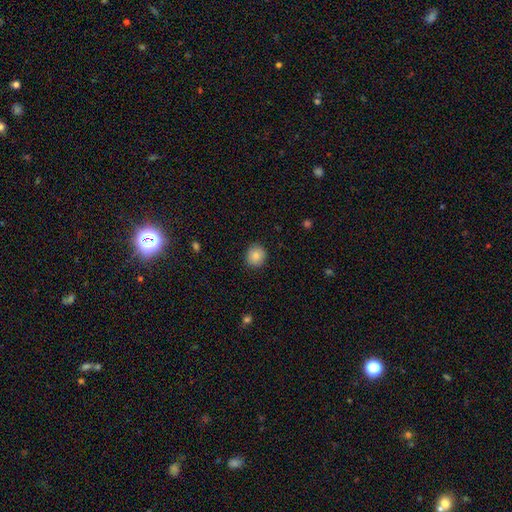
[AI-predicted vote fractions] Smooth or featured? Predicted: smooth (p=0.82). How rounded? Predicted: round (p=0.85). Merging? Predicted: none (p=0.88).